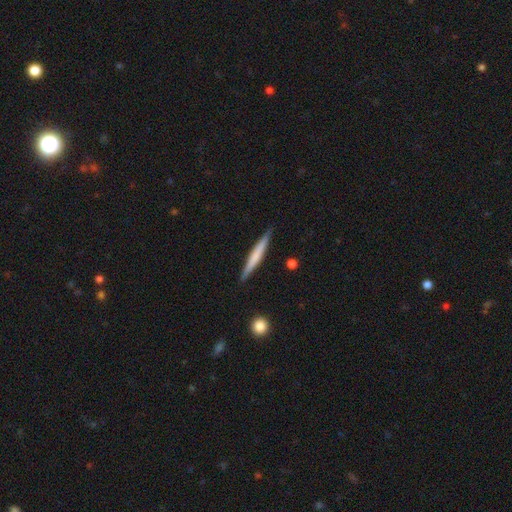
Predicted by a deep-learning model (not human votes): The model was most divided on "smooth or featured": smooth: 53%, featured or disk: 42%, star or artifact: 5%. More confident: how rounded — cigar-shaped (96%); merging — none (90%).